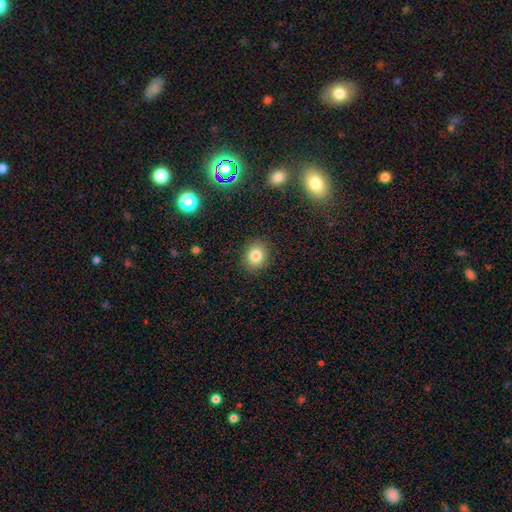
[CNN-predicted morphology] This appears to be a smooth galaxy with no disk features (83%) that is round (63%). Merging: none (89%).